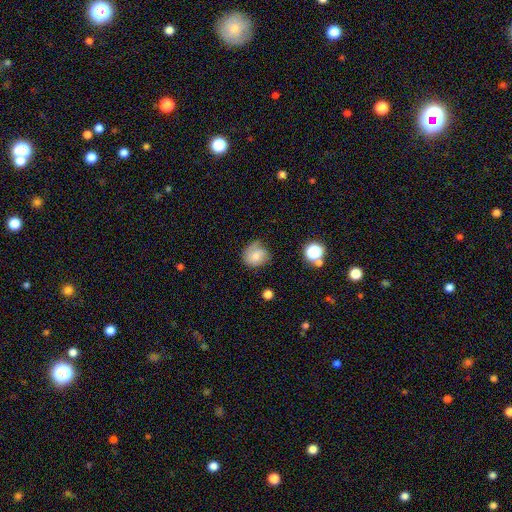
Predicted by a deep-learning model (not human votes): Smooth or featured? smooth (66%)
How rounded? round (75%)
Merging? none (50%)